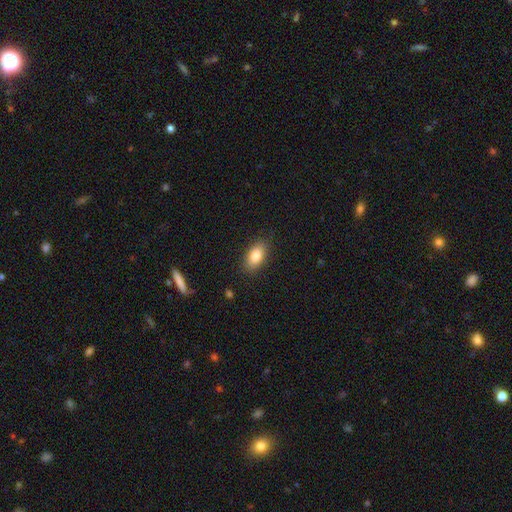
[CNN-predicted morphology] smooth 84%, featured or disk 8%, star or artifact 7%. Down the decision tree: how rounded — in between (90%); merging — none (86%).